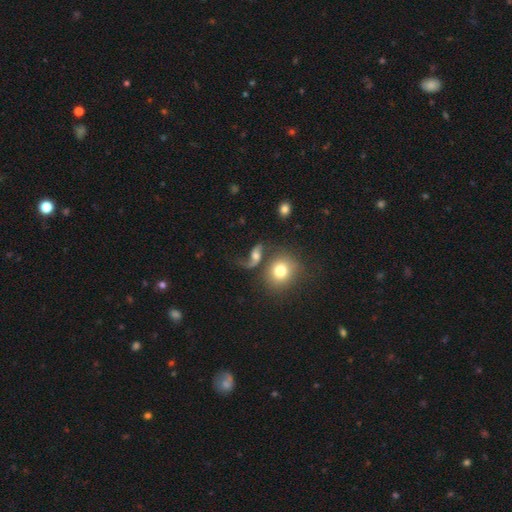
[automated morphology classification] This appears to be a featured or disk galaxy (63%) with no bar (56%), 2 (75%) loose (83%) spiral arms (89%) and a moderate central bulge (53%). Merging: none (43%).